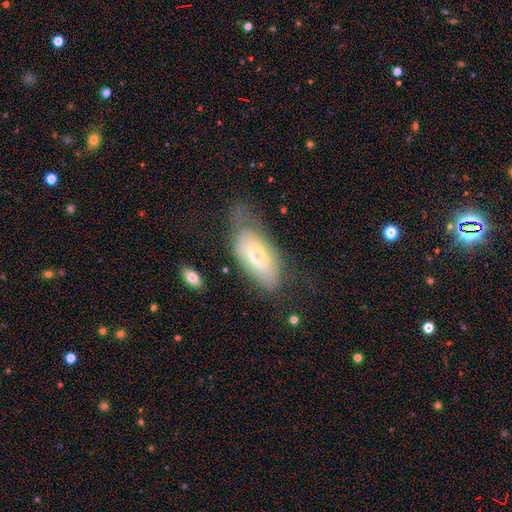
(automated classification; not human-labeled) A smooth galaxy with no disk features (56%) that is in between round and cigar-shaped (88%).

Vote fractions:
- Smooth or featured? smooth: 56% / featured or disk: 37% / star or artifact: 7%
- How rounded? in between: 88% / cigar-shaped: 9% / round: 3%
- Merging? none: 36% / minor disturbance: 34% / major disturbance: 27% / merger: 3%